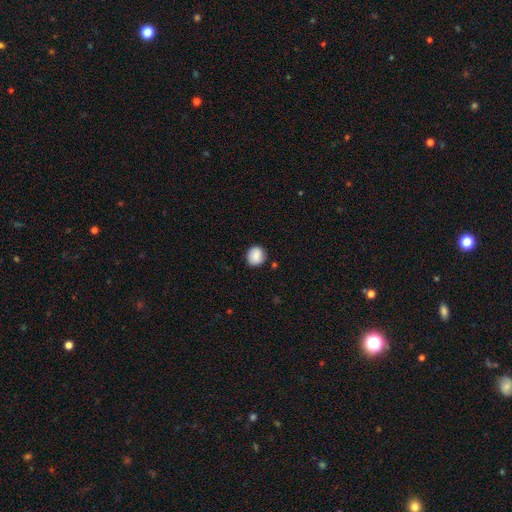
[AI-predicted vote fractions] Smooth or featured: smooth — 86% (star or artifact — 8%)
How rounded: round — 83% (in between — 16%)
Merging: none — 82% (minor disturbance — 13%)